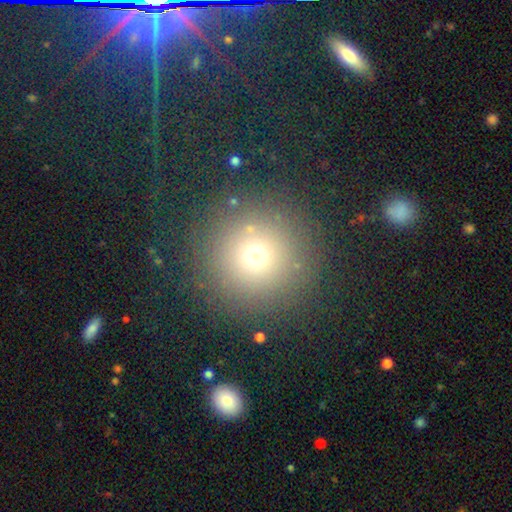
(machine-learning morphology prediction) A smooth galaxy with no disk features (69%) that is round (96%). Merging: none (87%).